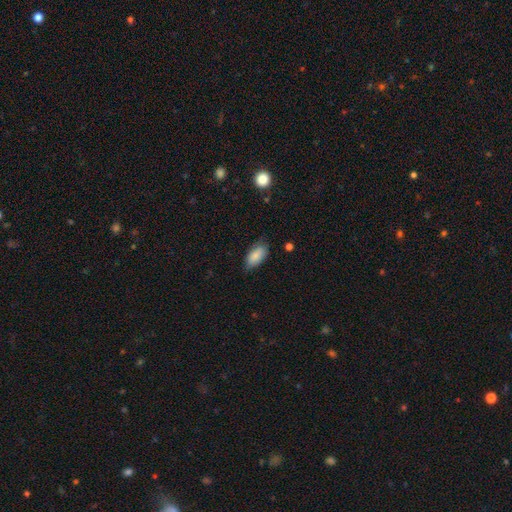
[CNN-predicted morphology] smooth-or-featured: smooth: 86% | featured or disk: 8% | star or artifact: 7%
  how-rounded: in between: 92% | cigar-shaped: 5% | round: 3%
  merging: none: 71% | minor disturbance: 24% | major disturbance: 4% | merger: 1%